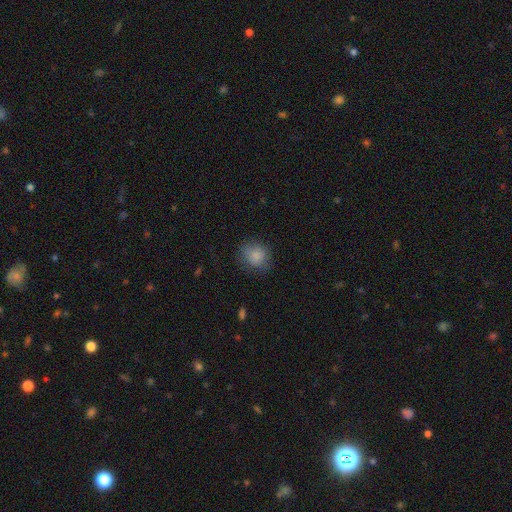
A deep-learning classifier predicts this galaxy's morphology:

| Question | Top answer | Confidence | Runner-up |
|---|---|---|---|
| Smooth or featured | smooth | 85% | star or artifact (9%) |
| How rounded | round | 79% | in between (20%) |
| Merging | none | 78% | minor disturbance (16%) |